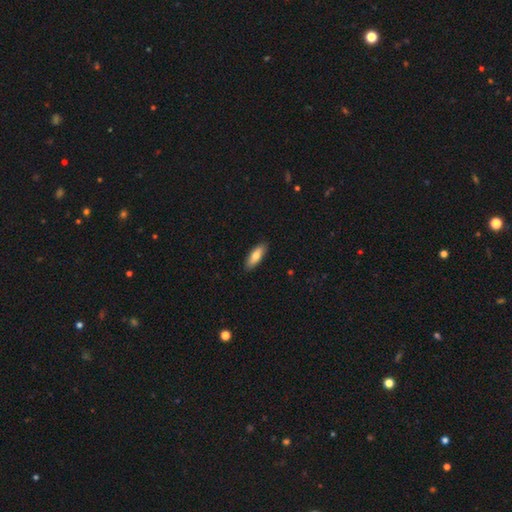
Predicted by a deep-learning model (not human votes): Smooth or featured? smooth (77%)
How rounded? in between (64%)
Merging? none (89%)